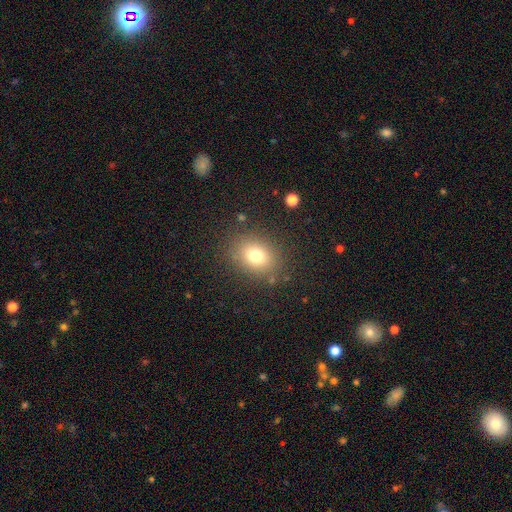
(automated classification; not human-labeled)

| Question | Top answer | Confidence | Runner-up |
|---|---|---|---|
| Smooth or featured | smooth | 76% | star or artifact (14%) |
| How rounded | in between | 51% | round (48%) |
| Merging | none | 83% | minor disturbance (10%) |